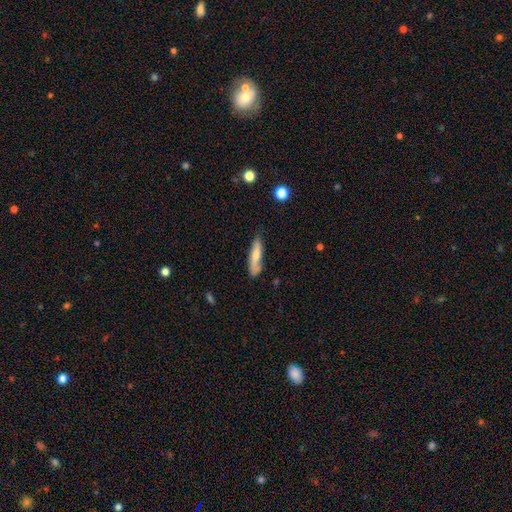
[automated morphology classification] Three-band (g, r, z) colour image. It shows a smooth galaxy with no disk features (63%) that is cigar-shaped (74%). Merging: none (73%).